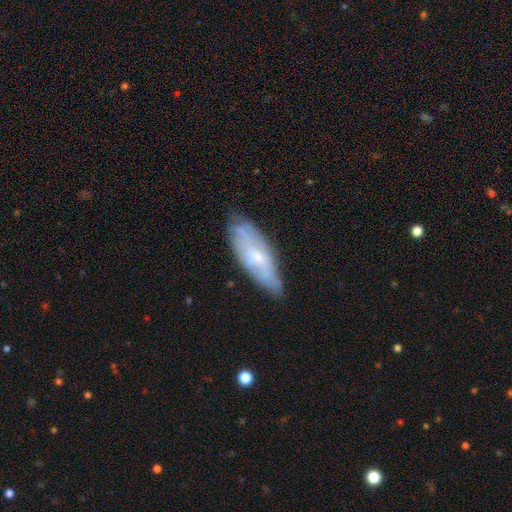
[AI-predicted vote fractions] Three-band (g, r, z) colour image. It shows a featured or disk galaxy (50%). Merging: none (69%).